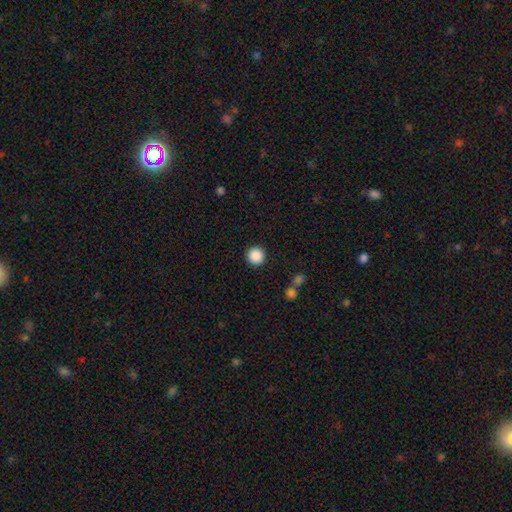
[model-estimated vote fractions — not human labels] Smooth or featured: smooth — 88% (star or artifact — 9%)
How rounded: round — 96% (in between — 3%)
Merging: none — 92% (minor disturbance — 5%)